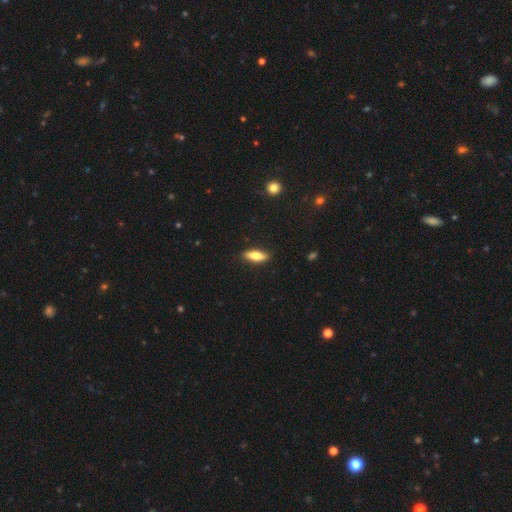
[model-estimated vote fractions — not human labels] A smooth galaxy with no disk features (75%) that is in between round and cigar-shaped (63%).

Vote fractions:
- Smooth or featured? smooth: 75% / featured or disk: 19% / star or artifact: 6%
- How rounded? in between: 63% / cigar-shaped: 35% / round: 2%
- Merging? none: 88% / minor disturbance: 9% / major disturbance: 2% / merger: 1%